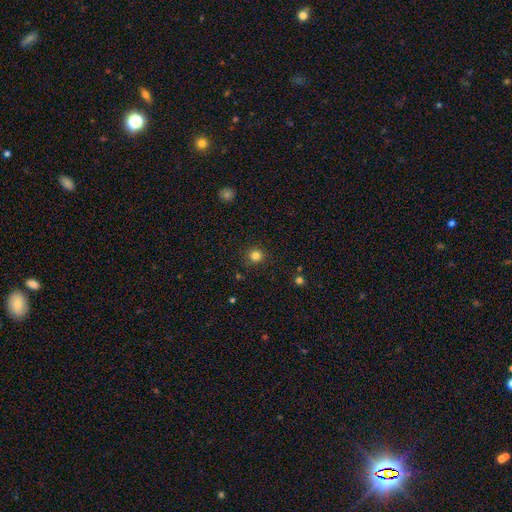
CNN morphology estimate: Smooth or featured? smooth (82%)
How rounded? round (92%)
Merging? none (90%)